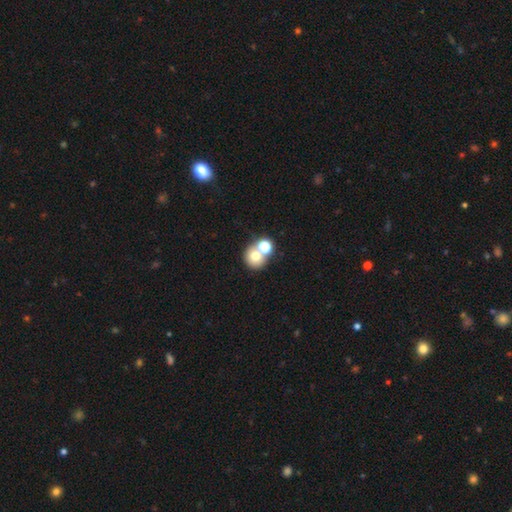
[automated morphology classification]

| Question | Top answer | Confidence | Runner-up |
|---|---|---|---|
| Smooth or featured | smooth | 69% | featured or disk (16%) |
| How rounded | round | 82% | in between (18%) |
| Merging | merger | 48% | none (42%) |